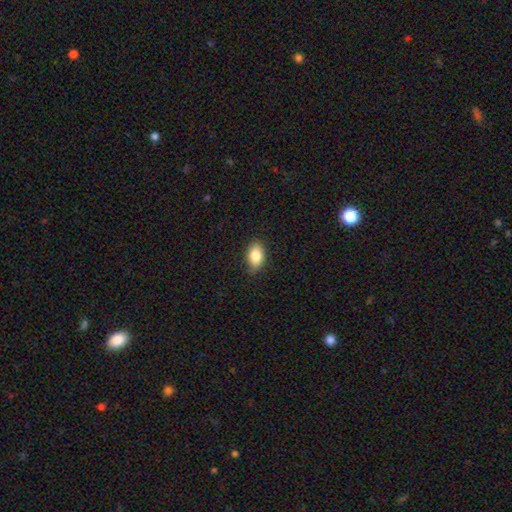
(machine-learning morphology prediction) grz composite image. It shows a smooth galaxy with no disk features (84%) that is in between round and cigar-shaped (90%). Merging: none (85%).